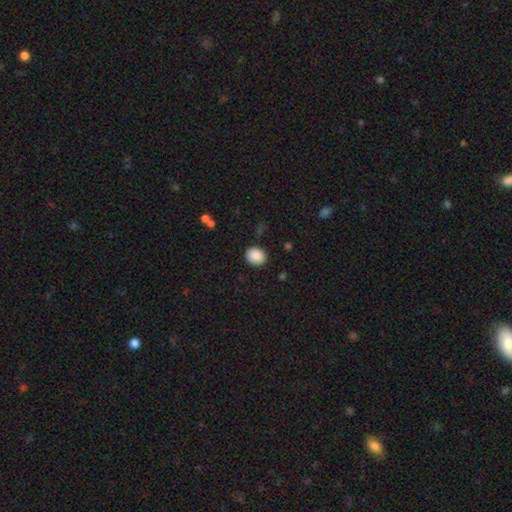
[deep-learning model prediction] Smooth or featured: smooth — 89% (star or artifact — 8%)
How rounded: round — 63% (in between — 36%)
Merging: none — 87% (minor disturbance — 9%)